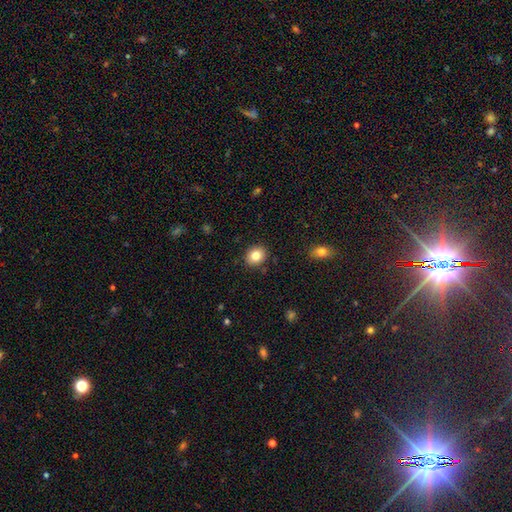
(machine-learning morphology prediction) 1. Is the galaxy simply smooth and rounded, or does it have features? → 82% smooth, 10% star or artifact, 8% featured or disk.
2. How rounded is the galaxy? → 59% round, 40% in between, 1% cigar-shaped.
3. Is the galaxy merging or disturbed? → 89% none, 8% minor disturbance, 2% major disturbance, 1% merger.